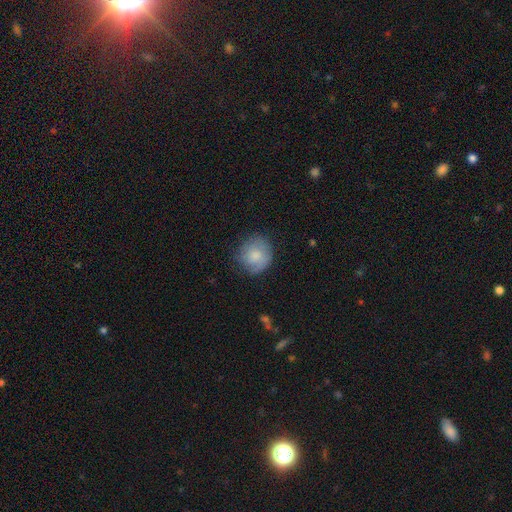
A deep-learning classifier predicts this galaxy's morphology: Q: Smooth or featured?
A: smooth (75%); runner-up: featured or disk (18%)
Q: How rounded?
A: round (87%); runner-up: in between (12%)
Q: Merging?
A: none (69%); runner-up: minor disturbance (22%)